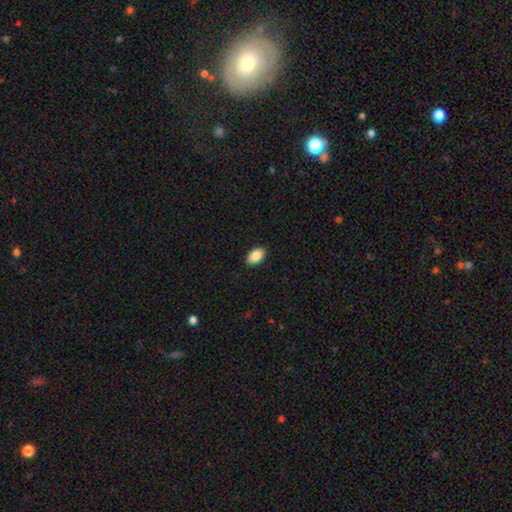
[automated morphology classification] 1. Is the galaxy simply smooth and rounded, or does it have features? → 88% smooth, 7% star or artifact, 5% featured or disk.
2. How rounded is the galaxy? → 91% in between, 8% round, 1% cigar-shaped.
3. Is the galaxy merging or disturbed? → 90% none, 8% minor disturbance, 2% major disturbance, 1% merger.